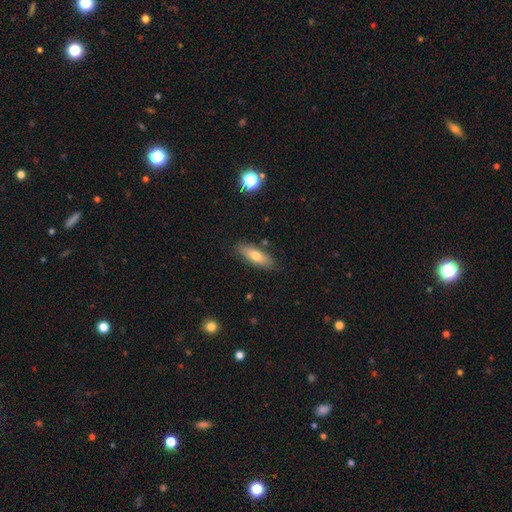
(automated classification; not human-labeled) Q: Smooth or featured?
A: smooth (71%); runner-up: featured or disk (22%)
Q: How rounded?
A: in between (67%); runner-up: cigar-shaped (30%)
Q: Merging?
A: none (82%); runner-up: minor disturbance (12%)